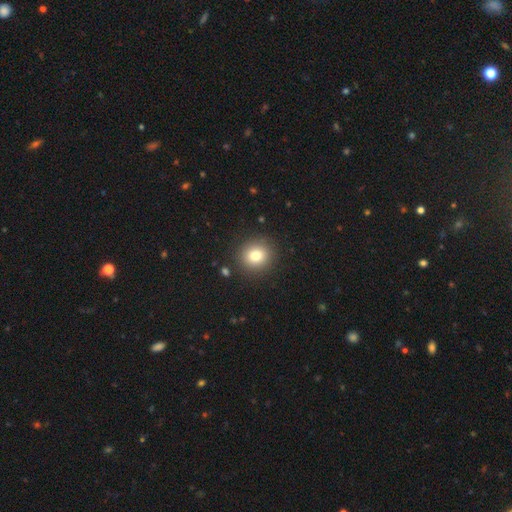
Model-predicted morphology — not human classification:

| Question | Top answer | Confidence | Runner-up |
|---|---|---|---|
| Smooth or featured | smooth | 80% | star or artifact (11%) |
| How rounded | round | 86% | in between (13%) |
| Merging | none | 89% | minor disturbance (7%) |